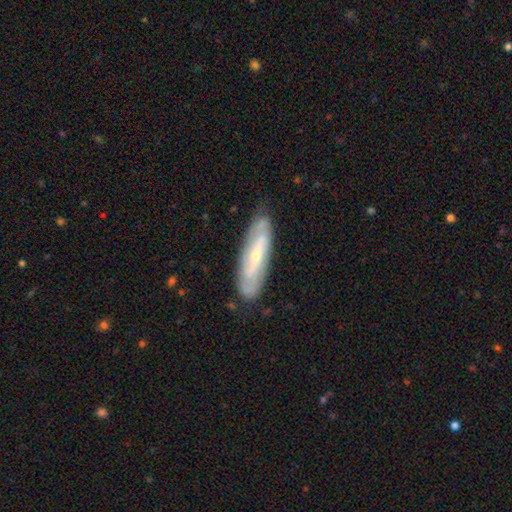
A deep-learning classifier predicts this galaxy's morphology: type=featured or disk (69%); edge-on=no (73%); bar=no (38%); spiral arms=yes (73%); bulge=small (66%); merging=none (80%).